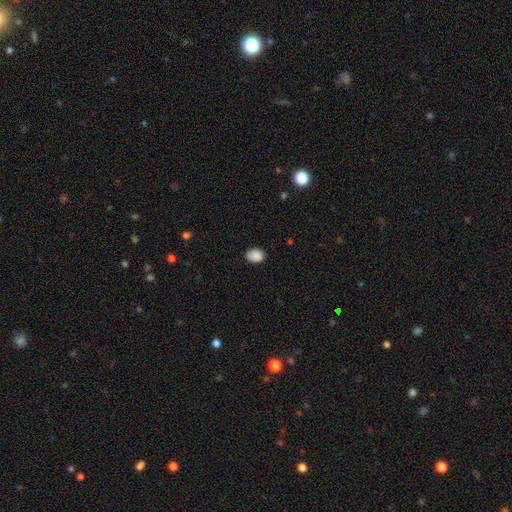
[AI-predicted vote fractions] Morphology: type=smooth (88%); roundness=in between (62%); merging=none (81%).